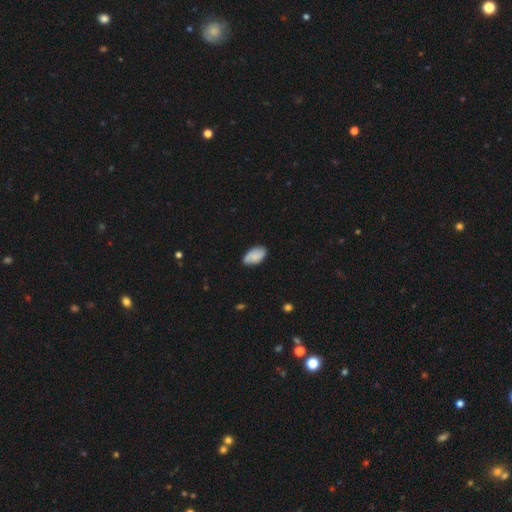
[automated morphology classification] Smooth or featured? smooth (77%)
How rounded? in between (94%)
Merging? none (79%)